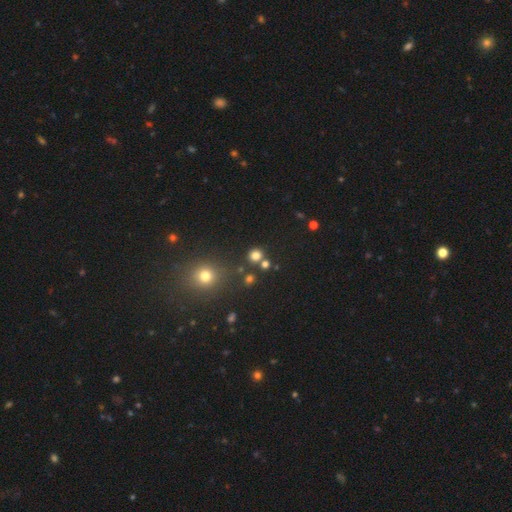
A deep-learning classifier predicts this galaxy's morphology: smooth 75%, star or artifact 19%, featured or disk 6%. Down the decision tree: how rounded — round (88%); merging — none (76%).